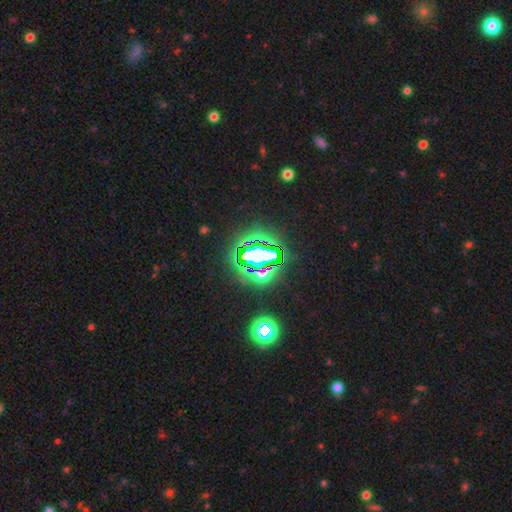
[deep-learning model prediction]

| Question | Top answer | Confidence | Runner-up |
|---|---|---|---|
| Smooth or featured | star or artifact | 71% | smooth (17%) |